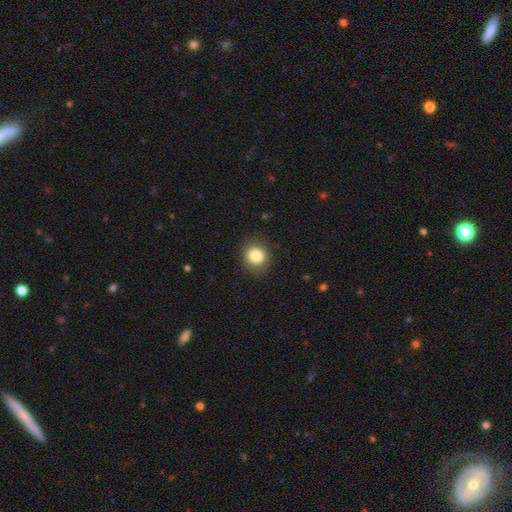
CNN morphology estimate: This appears to be a smooth galaxy with no disk features (82%) that is round (83%). Merging: none (85%).